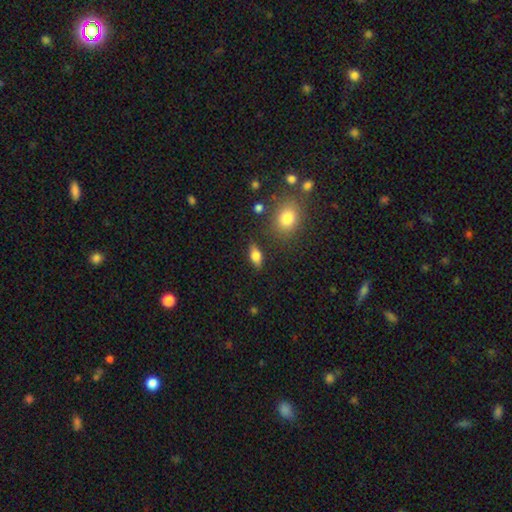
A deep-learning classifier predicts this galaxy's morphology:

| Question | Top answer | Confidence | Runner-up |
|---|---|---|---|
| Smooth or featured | smooth | 74% | featured or disk (17%) |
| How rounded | in between | 81% | cigar-shaped (10%) |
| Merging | none | 81% | minor disturbance (12%) |